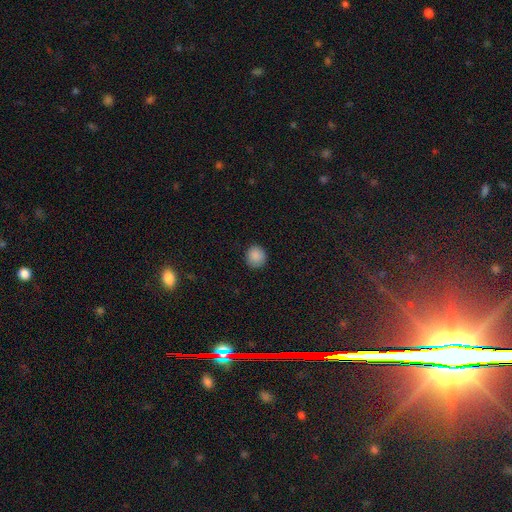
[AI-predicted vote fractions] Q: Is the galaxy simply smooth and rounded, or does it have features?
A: smooth — 88%.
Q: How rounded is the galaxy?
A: round — 91%.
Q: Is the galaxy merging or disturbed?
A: none — 90%.